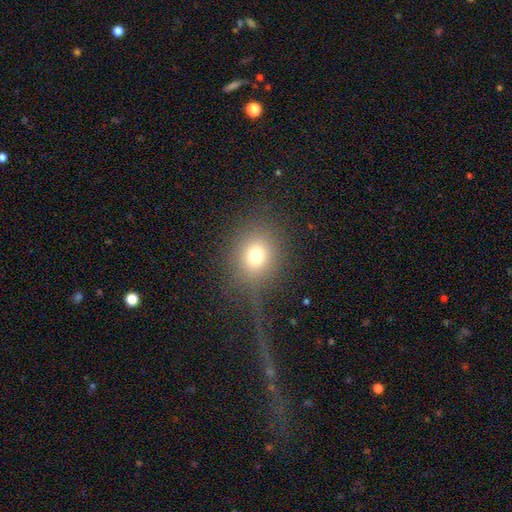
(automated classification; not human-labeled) Smooth or featured?
  - smooth: 73% *
  - star or artifact: 16%
  - featured or disk: 12%
How rounded?
  - round: 67% *
  - in between: 31%
  - cigar-shaped: 2%
Merging?
  - none: 64% *
  - major disturbance: 18%
  - minor disturbance: 14%
  - merger: 4%